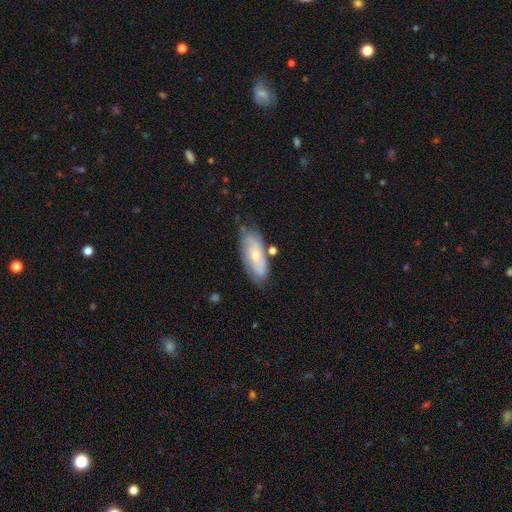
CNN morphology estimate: A featured or disk galaxy (61%) with no bar (72%), spiral arms (84%) and a small central bulge (59%). Merging: none (71%).